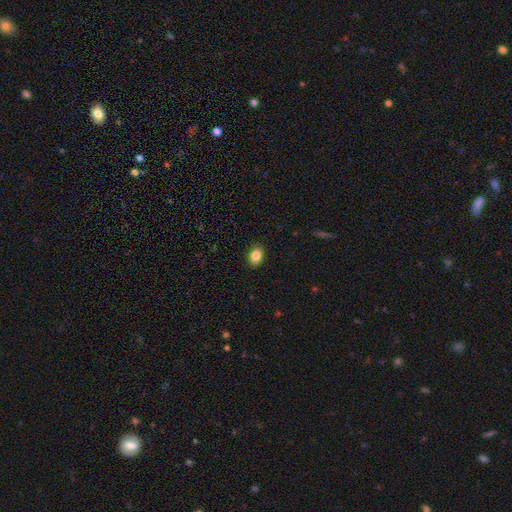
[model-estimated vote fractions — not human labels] Smooth or featured? Predicted: smooth (p=0.86). How rounded? Predicted: in between (p=0.80). Merging? Predicted: none (p=0.90).